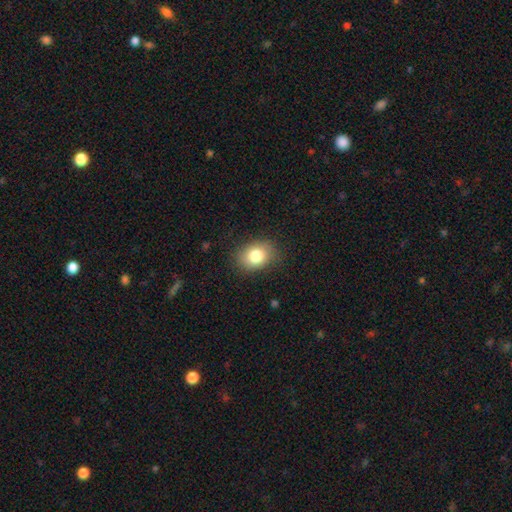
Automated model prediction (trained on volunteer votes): smooth_or_featured: smooth (p=0.81) [alt: featured or disk p=0.10]
how_rounded: in between (p=0.64) [alt: round p=0.35]
merging: none (p=0.84) [alt: minor disturbance p=0.12]